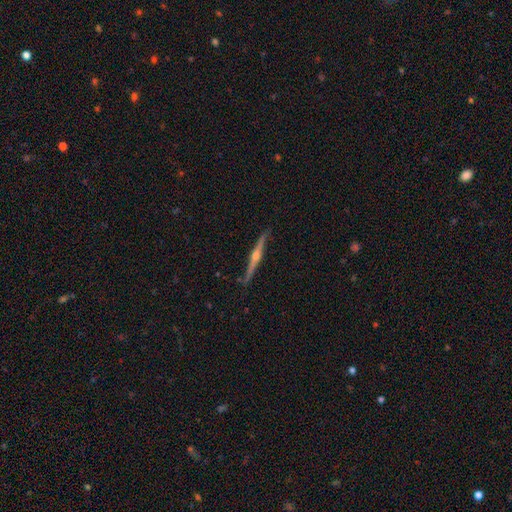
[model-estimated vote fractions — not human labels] A featured or disk galaxy (85%) viewed edge-on (98%) with a rounded central bulge (93%). Merging: none (89%).